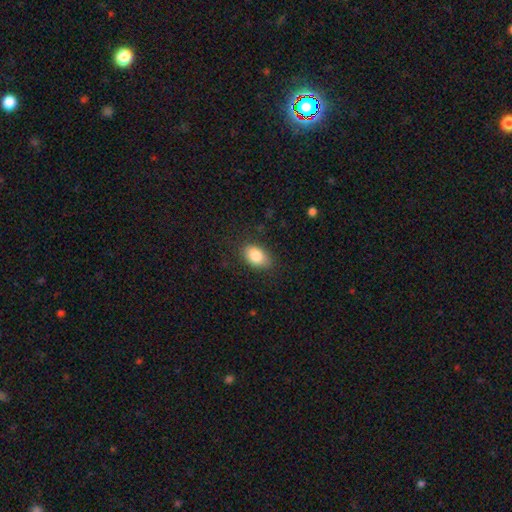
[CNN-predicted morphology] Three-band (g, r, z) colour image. It shows a smooth galaxy with no disk features (84%) that is in between round and cigar-shaped (87%). Merging: none (79%).